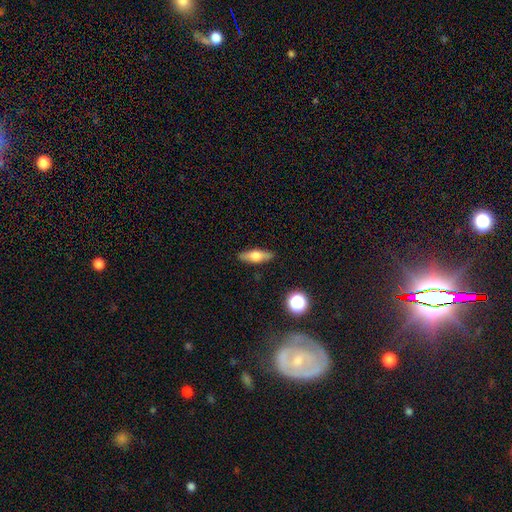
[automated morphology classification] smooth 52%, featured or disk 40%, star or artifact 7%. Down the decision tree: how rounded — cigar-shaped (50%); merging — none (89%).